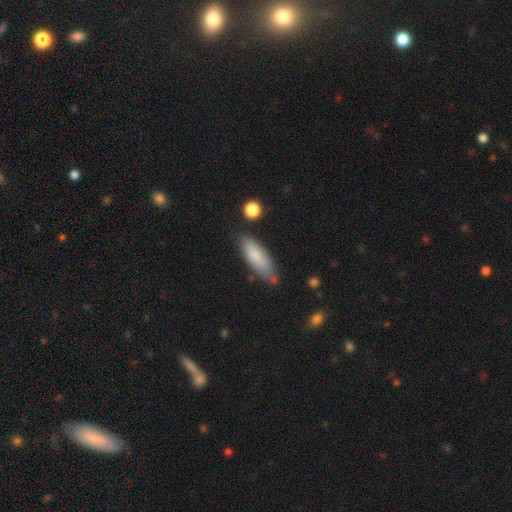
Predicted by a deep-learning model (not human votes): smooth 81%, featured or disk 13%, star or artifact 6%. Down the decision tree: how rounded — in between (57%); merging — none (65%).